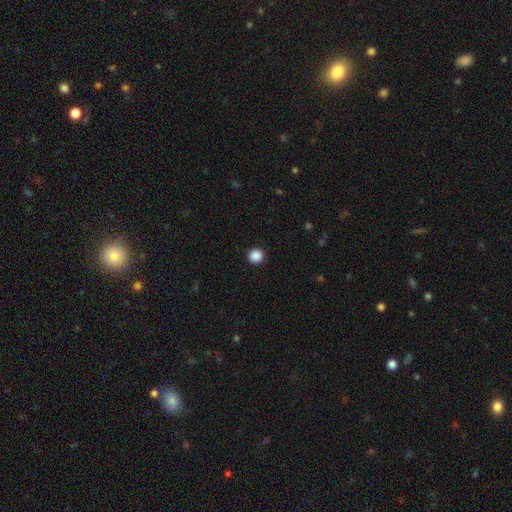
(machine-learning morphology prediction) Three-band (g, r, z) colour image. It shows a smooth galaxy with no disk features (88%) that is round (94%). Merging: none (94%).